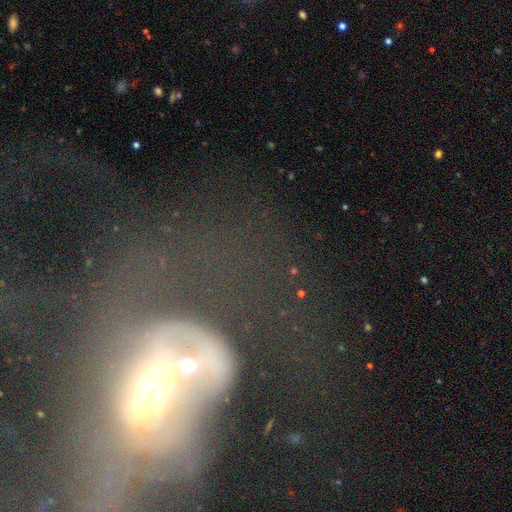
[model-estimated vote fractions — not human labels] Morphology: type=featured or disk (56%); edge-on=no (92%); bar=no (59%); spiral arms=no (58%); bulge=moderate (61%); merging=merger (41%).